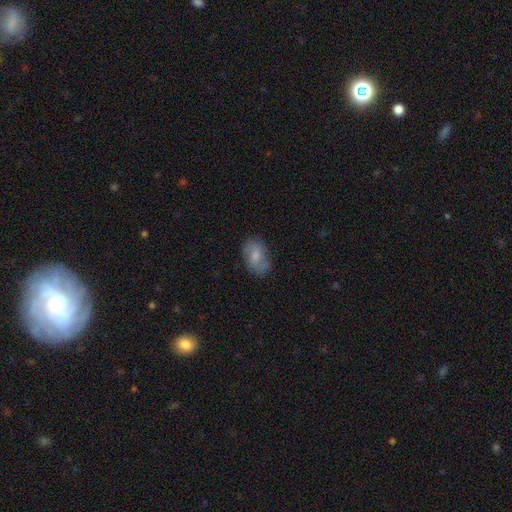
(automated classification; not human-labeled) A smooth galaxy with no disk features (69%) that is in between round and cigar-shaped (87%). Merging: none (69%).